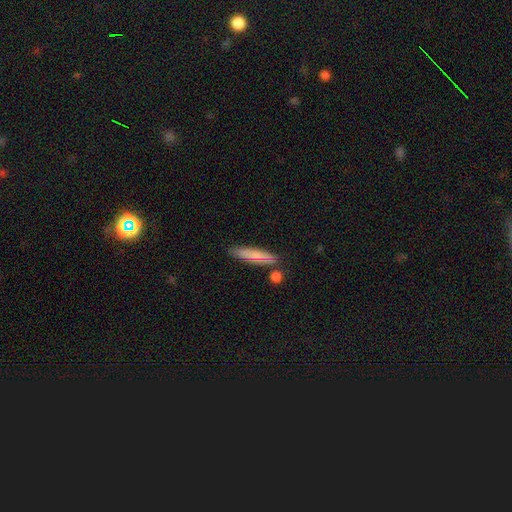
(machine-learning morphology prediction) A smooth galaxy with no disk features (66%) that is cigar-shaped (79%).

Vote fractions:
- Smooth or featured? smooth: 66% / featured or disk: 27% / star or artifact: 7%
- How rounded? cigar-shaped: 79% / in between: 19% / round: 3%
- Merging? none: 74% / minor disturbance: 15% / merger: 8% / major disturbance: 4%